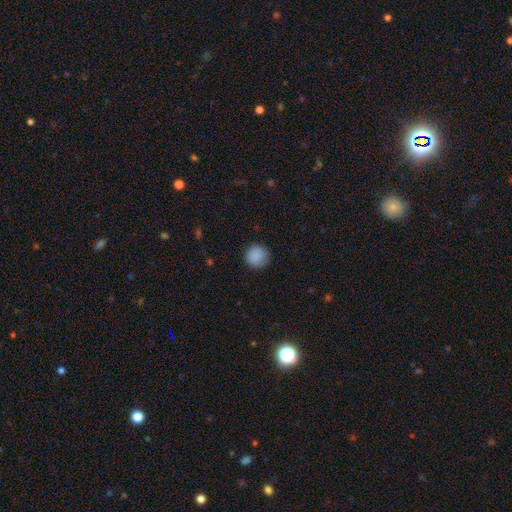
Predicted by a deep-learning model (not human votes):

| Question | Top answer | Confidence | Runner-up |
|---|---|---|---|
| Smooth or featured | smooth | 89% | star or artifact (8%) |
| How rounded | round | 95% | in between (4%) |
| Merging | none | 88% | minor disturbance (8%) |